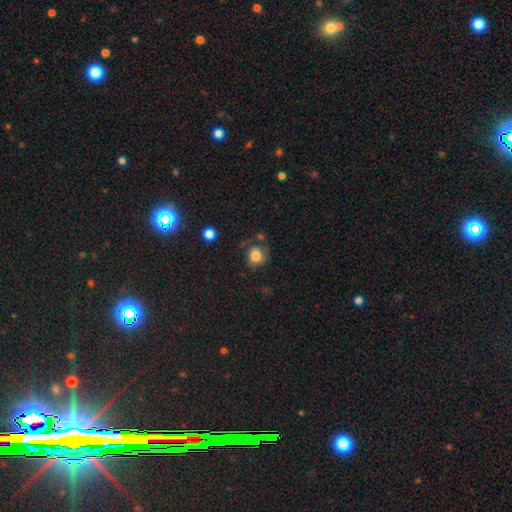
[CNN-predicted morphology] A smooth galaxy with no disk features (79%) that is round (77%). Merging: none (62%).